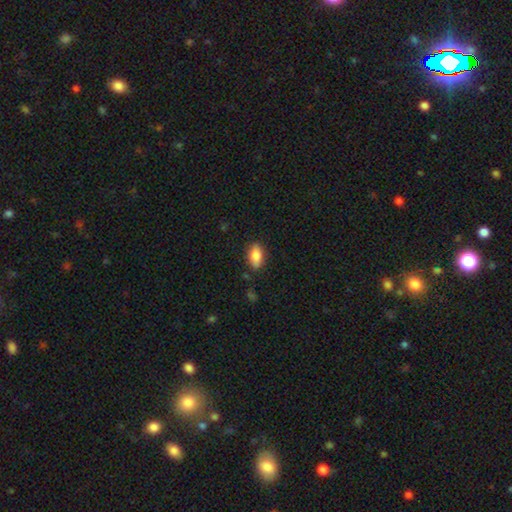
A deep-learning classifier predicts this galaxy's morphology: type=smooth (82%); roundness=in between (87%); merging=none (83%).